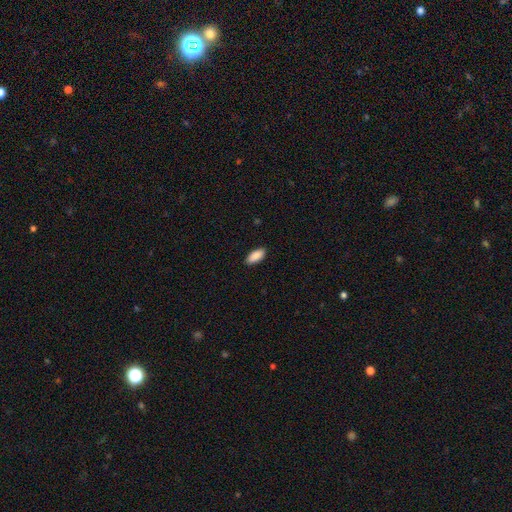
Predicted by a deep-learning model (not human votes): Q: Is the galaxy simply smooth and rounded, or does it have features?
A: smooth — 89%.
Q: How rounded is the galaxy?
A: in between — 89%.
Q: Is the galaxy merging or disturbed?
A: none — 89%.